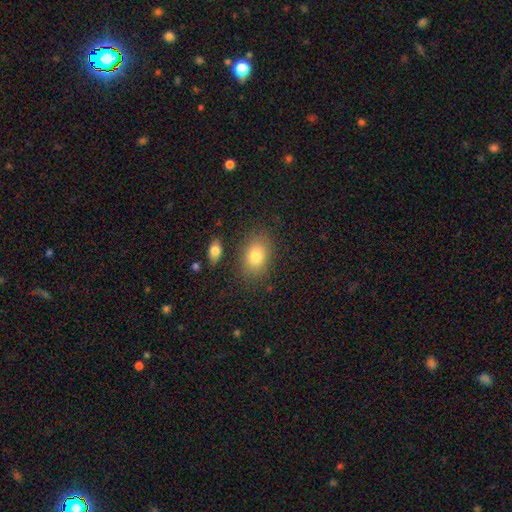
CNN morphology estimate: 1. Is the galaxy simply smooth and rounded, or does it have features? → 82% smooth, 9% featured or disk, 9% star or artifact.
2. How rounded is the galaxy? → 80% in between, 19% round, 1% cigar-shaped.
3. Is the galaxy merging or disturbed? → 82% none, 11% minor disturbance, 3% major disturbance, 3% merger.